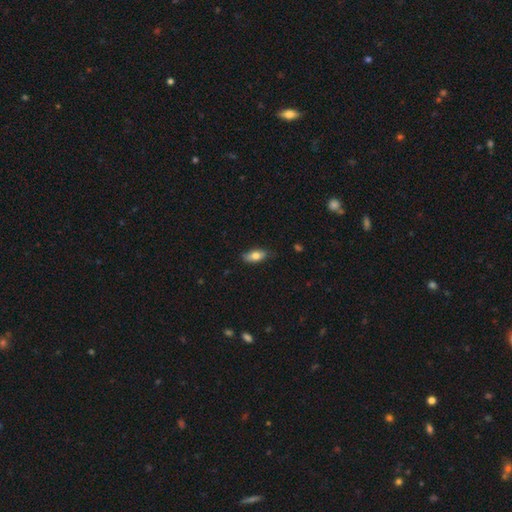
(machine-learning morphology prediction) smooth 77%, featured or disk 16%, star or artifact 7%. Down the decision tree: how rounded — in between (84%); merging — none (78%).